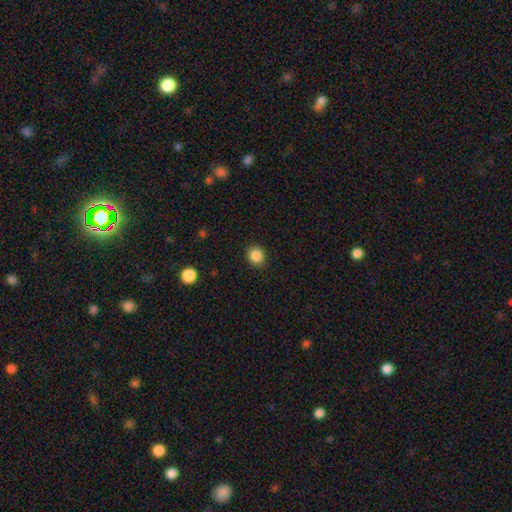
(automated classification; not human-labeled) This appears to be a smooth galaxy with no disk features (87%) that is round (86%). Merging: none (90%).